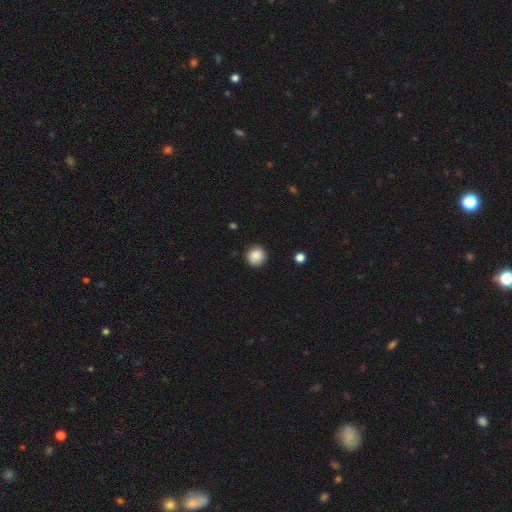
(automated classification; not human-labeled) Smooth or featured? Predicted: smooth (p=0.88). How rounded? Predicted: round (p=0.94). Merging? Predicted: none (p=0.89).